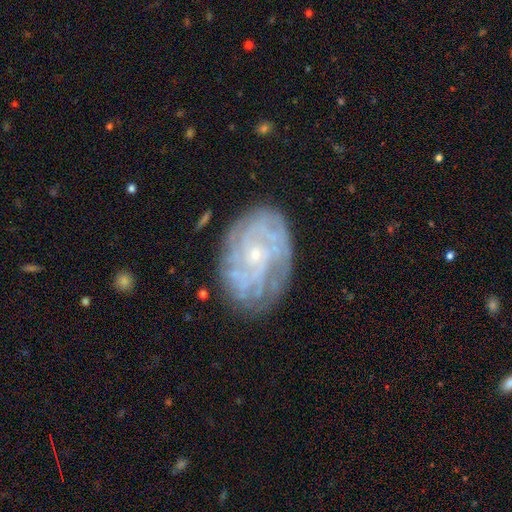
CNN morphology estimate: type=featured or disk (80%); edge-on=no (97%); bar=no (77%); spiral arms=yes (90%); winding=tight (71%); arm count=can't tell (44%); bulge=small (80%); merging=none (75%).